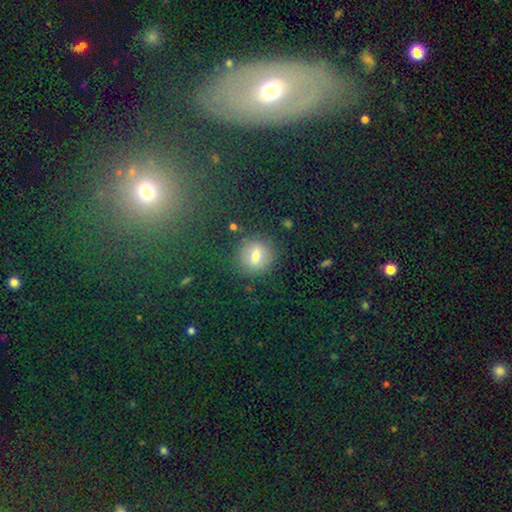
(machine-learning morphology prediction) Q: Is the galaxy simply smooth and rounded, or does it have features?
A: smooth — 66%.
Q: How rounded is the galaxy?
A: round — 88%.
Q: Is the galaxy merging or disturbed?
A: none — 88%.